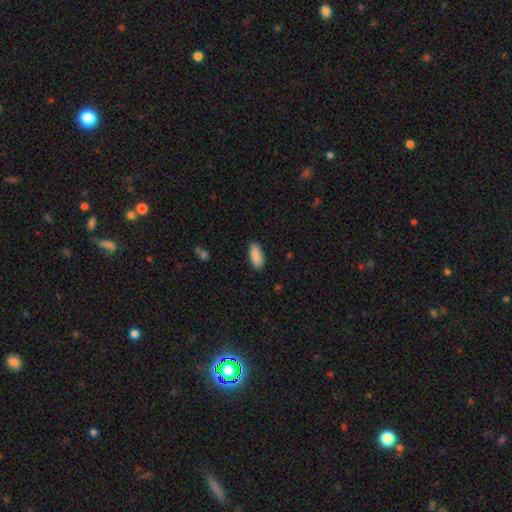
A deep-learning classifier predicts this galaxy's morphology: type=smooth (89%); roundness=in between (88%); merging=none (88%).